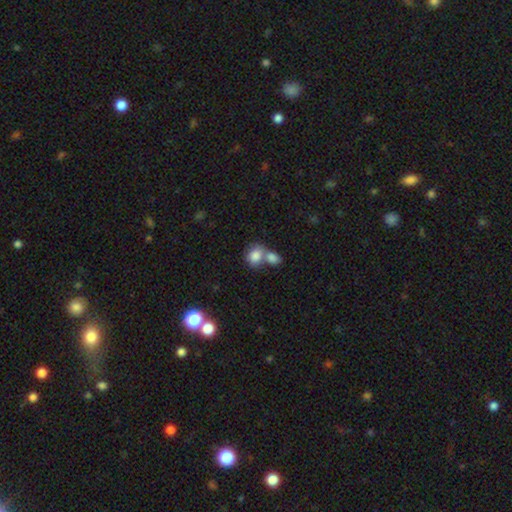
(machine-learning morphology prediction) Smooth or featured? smooth (82%)
How rounded? round (50%)
Merging? merger (59%)